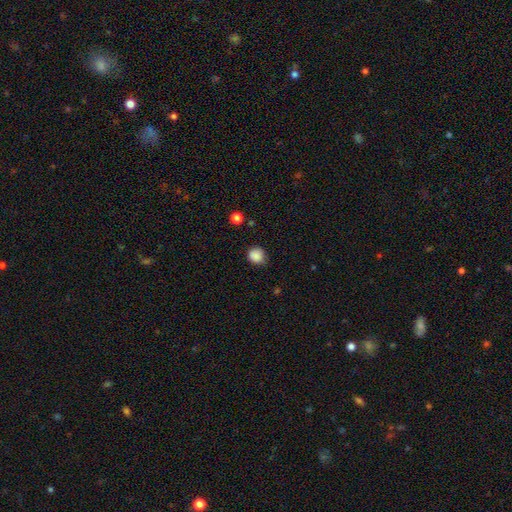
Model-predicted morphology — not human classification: This appears to be a smooth galaxy with no disk features (87%) that is round (85%). Merging: none (76%).